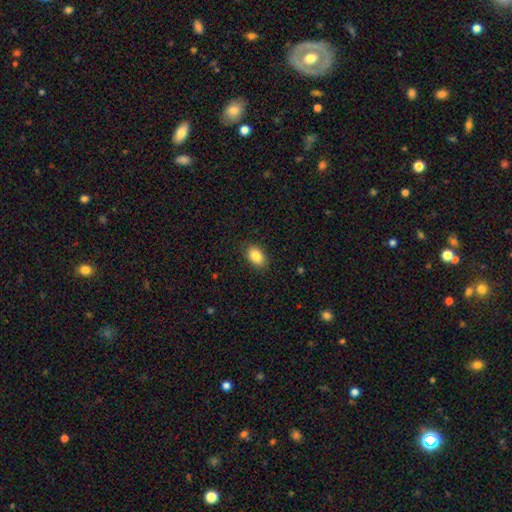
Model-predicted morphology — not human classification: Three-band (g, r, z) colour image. It shows a smooth galaxy with no disk features (86%) that is in between round and cigar-shaped (85%). Merging: none (88%).